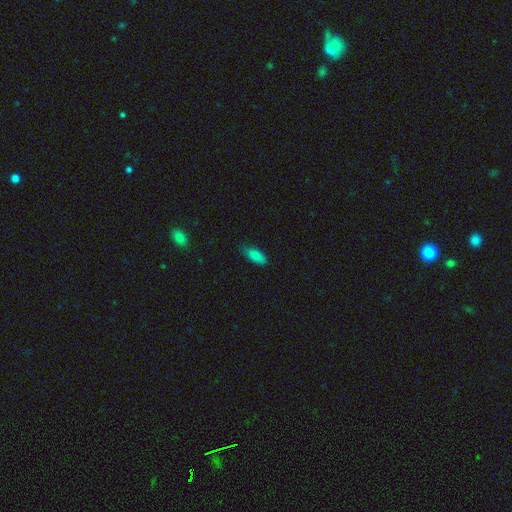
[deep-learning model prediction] Smooth or featured?
  - smooth: 85% *
  - star or artifact: 8%
  - featured or disk: 7%
How rounded?
  - in between: 84% *
  - cigar-shaped: 14%
  - round: 2%
Merging?
  - none: 72% *
  - minor disturbance: 23%
  - major disturbance: 4%
  - merger: 1%